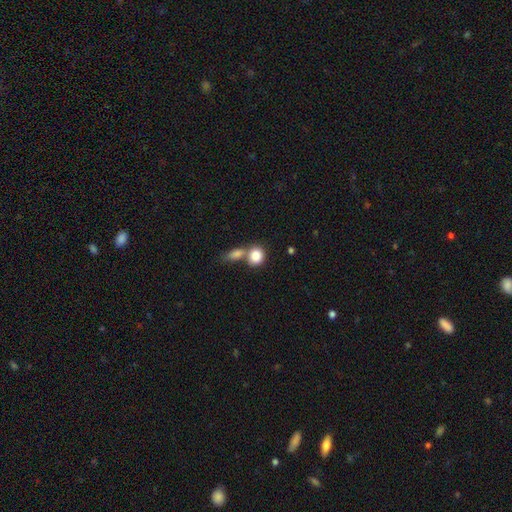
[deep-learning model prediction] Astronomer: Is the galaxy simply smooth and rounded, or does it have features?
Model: smooth — 85%.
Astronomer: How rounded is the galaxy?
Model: round — 61% (runner-up: in between, 37%).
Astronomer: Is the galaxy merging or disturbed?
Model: merger — 49% (runner-up: none, 38%).